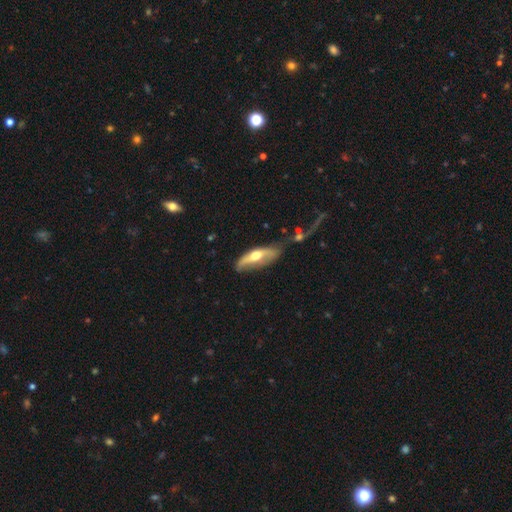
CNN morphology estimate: This appears to be a featured or disk galaxy (56%) viewed edge-on (54%). Merging: none (45%).